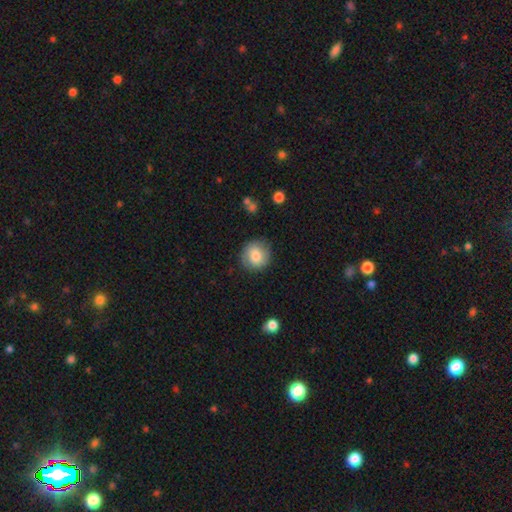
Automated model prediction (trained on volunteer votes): The model was most divided on "smooth or featured": smooth: 77%, featured or disk: 16%, star or artifact: 7%. More confident: how rounded — round (87%); merging — none (82%).